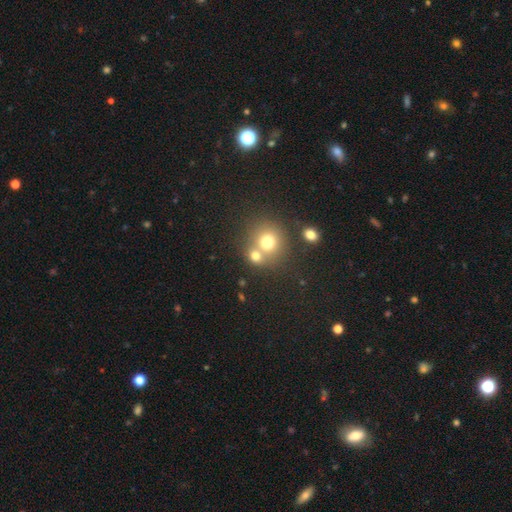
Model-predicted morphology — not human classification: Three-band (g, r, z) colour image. It shows a smooth galaxy with no disk features (72%) that is round (81%). Merging: none (45%).